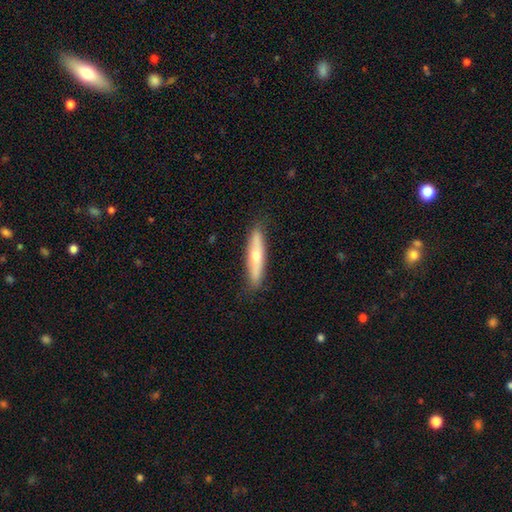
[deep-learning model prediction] Overall: smooth (49%; featured or disk 45%). Merging: none (85%).